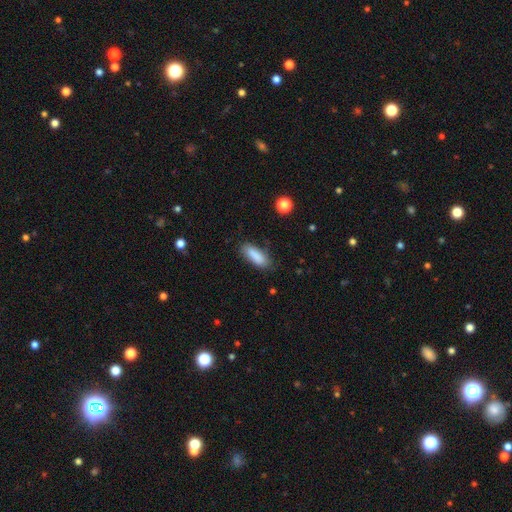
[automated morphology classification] Overall: smooth (86%). How rounded: in between (63%; cigar-shaped 35%). Merging: none (77%).